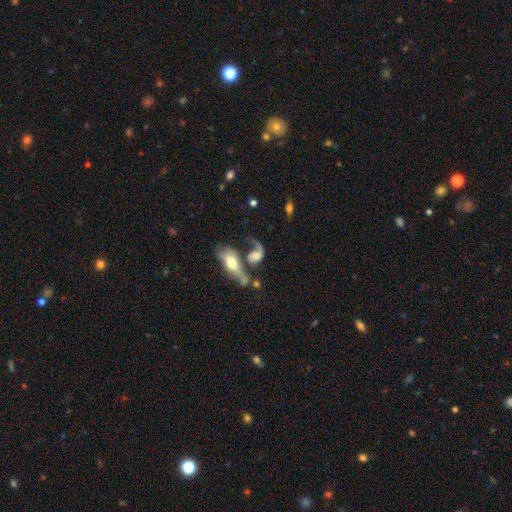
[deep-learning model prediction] Morphology: type=featured or disk (59%); edge-on=no (90%); bar=no (66%); spiral arms=yes (81%); bulge=moderate (37%); merging=merger (45%).